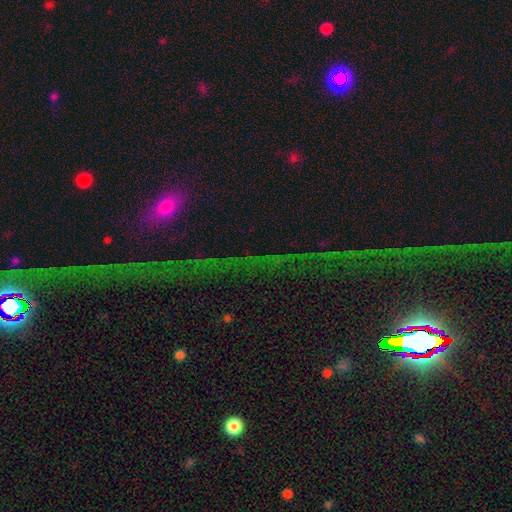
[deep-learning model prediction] A star or artifact, not a galaxy (64%).

Vote fractions:
- Smooth or featured? star or artifact: 64% / smooth: 18% / featured or disk: 18%